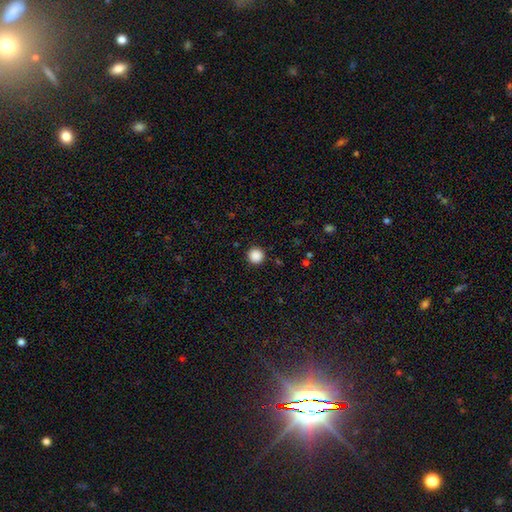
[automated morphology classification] A smooth galaxy with no disk features (88%) that is round (96%).

Vote fractions:
- Smooth or featured? smooth: 88% / star or artifact: 10% / featured or disk: 2%
- How rounded? round: 96% / in between: 3% / cigar-shaped: 1%
- Merging? none: 93% / minor disturbance: 5% / major disturbance: 2% / merger: 1%